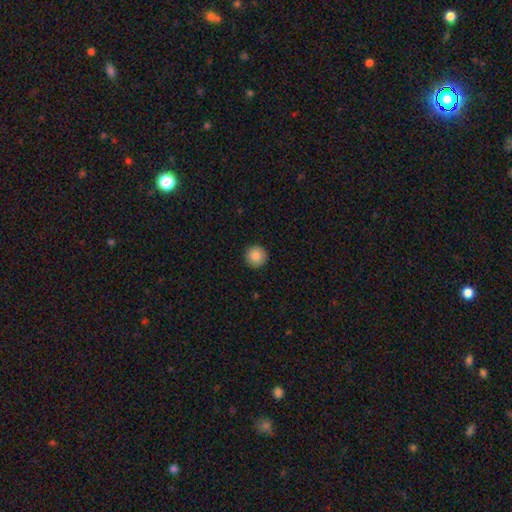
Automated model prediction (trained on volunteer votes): Smooth or featured? Predicted: smooth (p=0.86). How rounded? Predicted: round (p=0.96). Merging? Predicted: none (p=0.92).